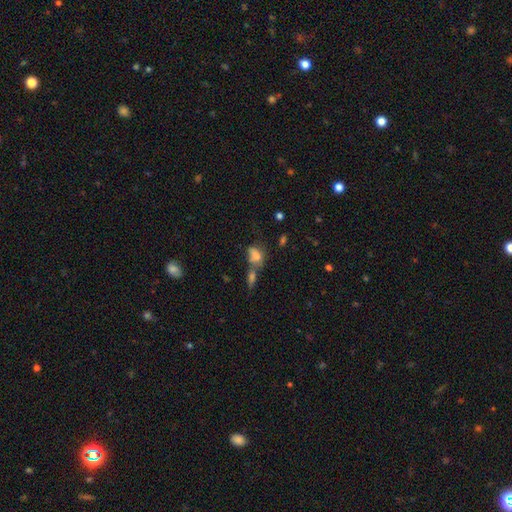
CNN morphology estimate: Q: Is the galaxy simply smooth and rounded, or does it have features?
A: smooth — 70%.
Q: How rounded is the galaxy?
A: in between — 81%.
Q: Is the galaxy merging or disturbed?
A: merger — 41%.